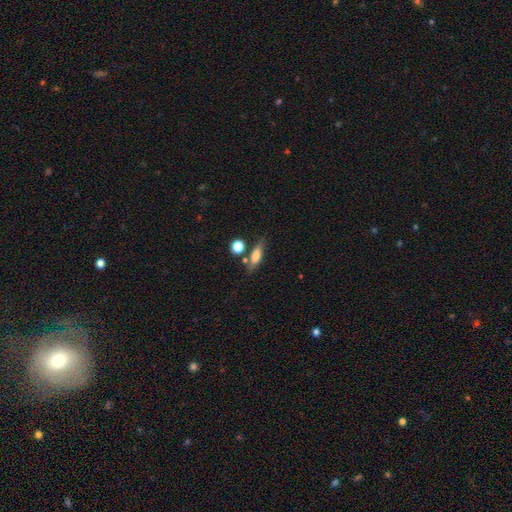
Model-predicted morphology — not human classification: type=smooth (70%); roundness=in between (49%); merging=none (66%).